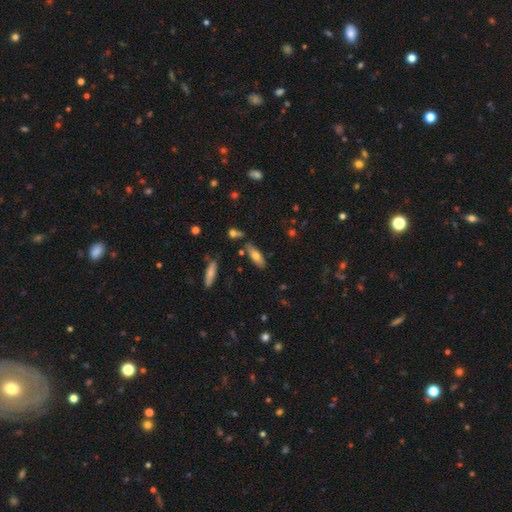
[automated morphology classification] This appears to be a smooth galaxy with no disk features (70%) that is in between round and cigar-shaped (61%). Merging: none (74%).